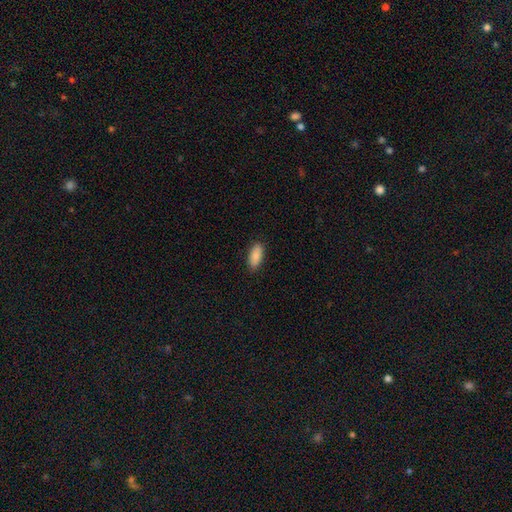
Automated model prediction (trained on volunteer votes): smooth 88%, featured or disk 6%, star or artifact 6%. Down the decision tree: how rounded — in between (85%); merging — none (88%).